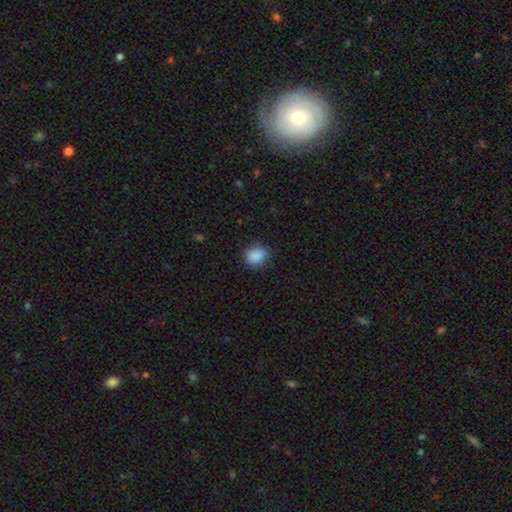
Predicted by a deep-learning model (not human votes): Smooth or featured? Predicted: smooth (p=0.88). How rounded? Predicted: round (p=0.59). Merging? Predicted: none (p=0.80).